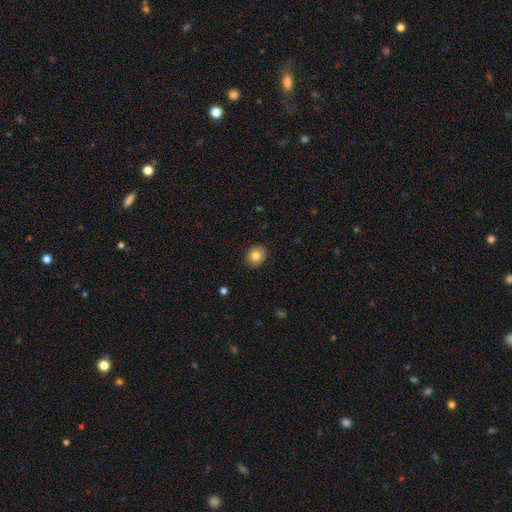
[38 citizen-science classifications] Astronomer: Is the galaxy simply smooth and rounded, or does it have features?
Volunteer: smooth — 79%.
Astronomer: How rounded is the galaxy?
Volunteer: in between — 57% (runner-up: round, 43%).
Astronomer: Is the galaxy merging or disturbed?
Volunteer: none — 89%.